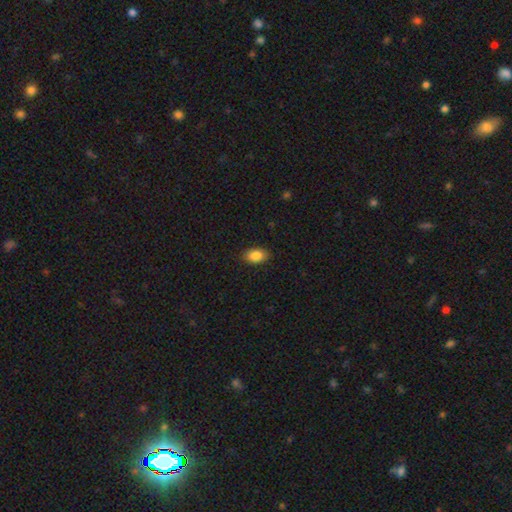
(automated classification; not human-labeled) Overall: smooth (87%). How rounded: in between (89%). Merging: none (88%).